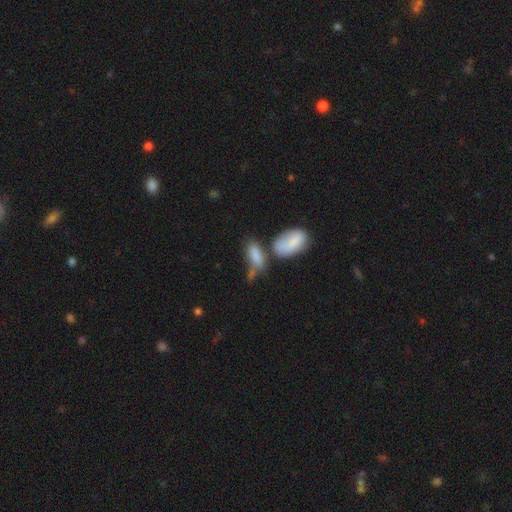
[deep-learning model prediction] This is likely a smooth galaxy (78%). How rounded: clearly in between (81%). Merging: marginally merger (37%).